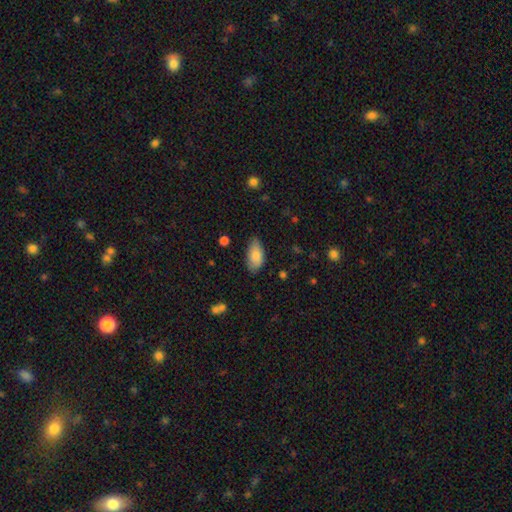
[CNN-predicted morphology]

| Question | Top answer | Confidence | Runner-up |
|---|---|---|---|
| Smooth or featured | smooth | 83% | featured or disk (10%) |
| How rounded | in between | 93% | cigar-shaped (4%) |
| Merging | none | 75% | minor disturbance (20%) |